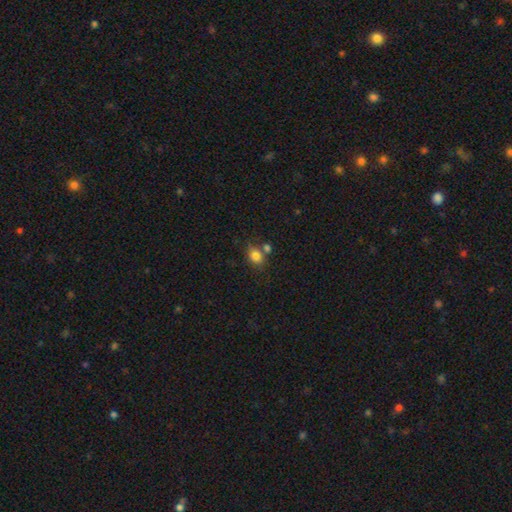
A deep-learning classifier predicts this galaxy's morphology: Smooth or featured? Predicted: smooth (p=0.82). How rounded? Predicted: in between (p=0.66). Merging? Predicted: none (p=0.58).